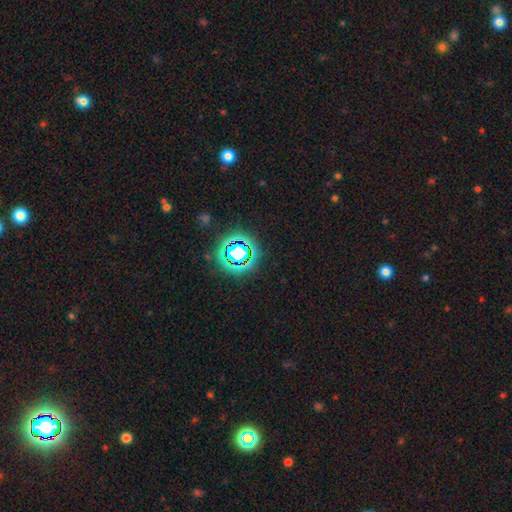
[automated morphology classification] Smooth or featured? star or artifact (77%)